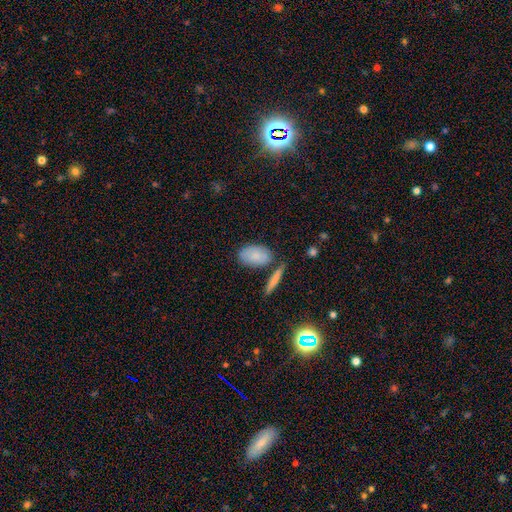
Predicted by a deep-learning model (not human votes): Smooth or featured: smooth — 83% (featured or disk — 11%)
How rounded: in between — 90% (round — 6%)
Merging: none — 66% (minor disturbance — 16%)